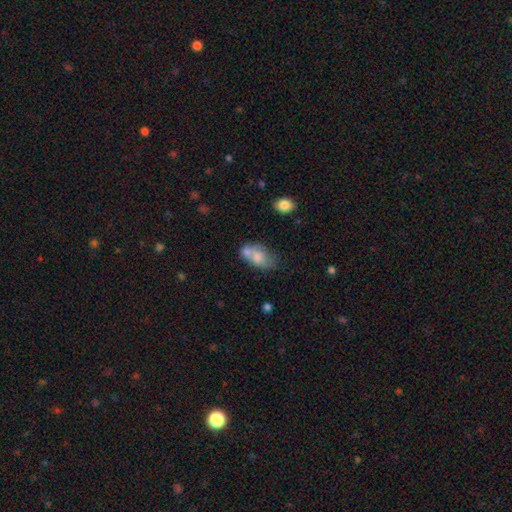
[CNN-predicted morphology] Overall: smooth (71%). How rounded: in between (86%). Merging: merger (43%; none 34%).